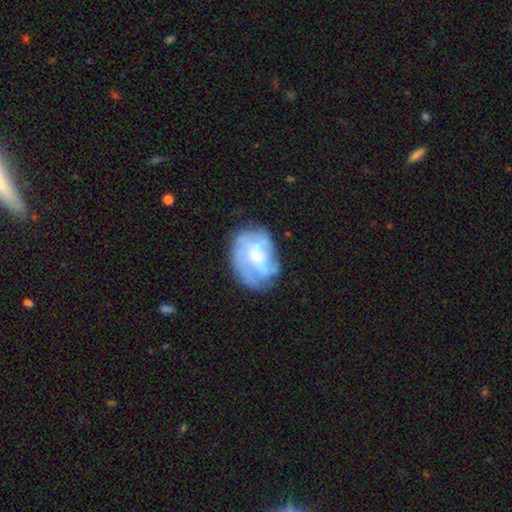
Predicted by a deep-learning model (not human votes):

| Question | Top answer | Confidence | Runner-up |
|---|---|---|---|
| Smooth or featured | featured or disk | 55% | smooth (37%) |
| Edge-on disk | no | 97% | yes (3%) |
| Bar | no | 69% | weak (26%) |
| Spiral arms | no | 56% | yes (44%) |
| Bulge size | small | 45% | moderate (38%) |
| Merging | none | 57% | minor disturbance (26%) |